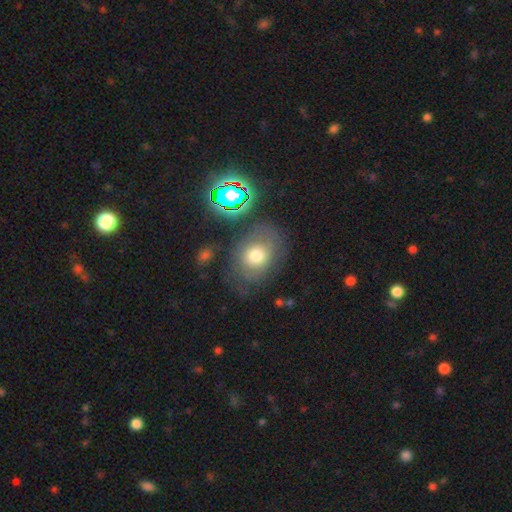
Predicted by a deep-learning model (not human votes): Smooth or featured? Predicted: smooth (p=0.52). How rounded? Predicted: in between (p=0.53). Merging? Predicted: none (p=0.62).